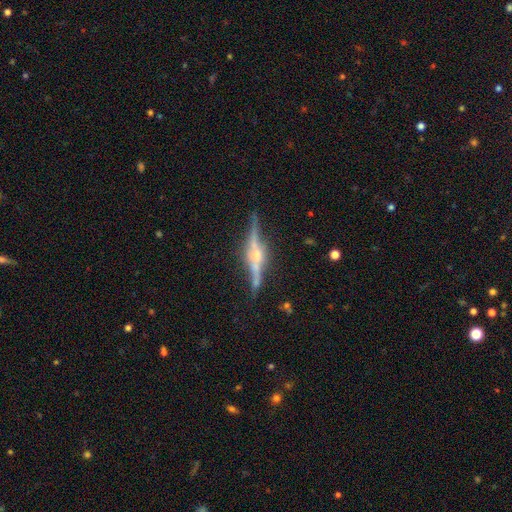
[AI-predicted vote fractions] Smooth or featured? Predicted: featured or disk (p=0.87). Edge-on disk? Predicted: yes (p=0.97). Edge-on bulge? Predicted: rounded (p=0.86). Merging? Predicted: none (p=0.82).